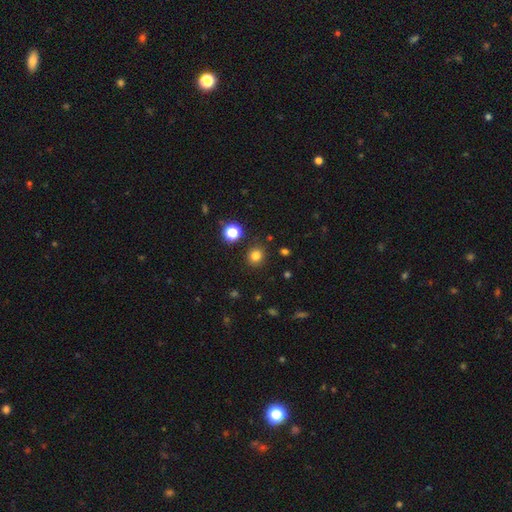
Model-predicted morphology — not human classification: A smooth galaxy with no disk features (79%) that is round (83%).

Vote fractions:
- Smooth or featured? smooth: 79% / star or artifact: 16% / featured or disk: 5%
- How rounded? round: 83% / in between: 16% / cigar-shaped: 1%
- Merging? none: 88% / minor disturbance: 7% / merger: 3% / major disturbance: 3%